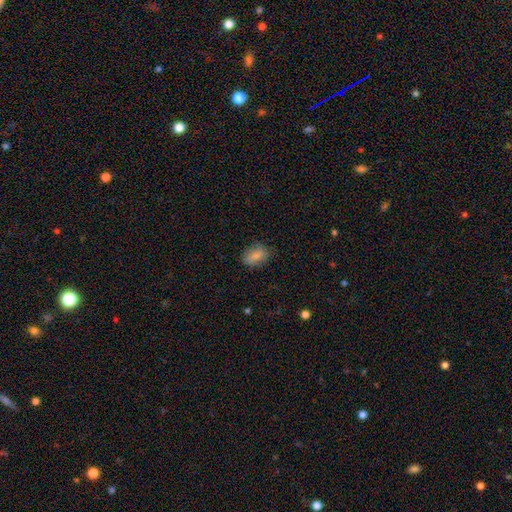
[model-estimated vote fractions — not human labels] The model was most divided on "merging": none: 78%, minor disturbance: 16%, major disturbance: 4%, merger: 1%. More confident: smooth or featured — smooth (82%); how rounded — in between (81%).